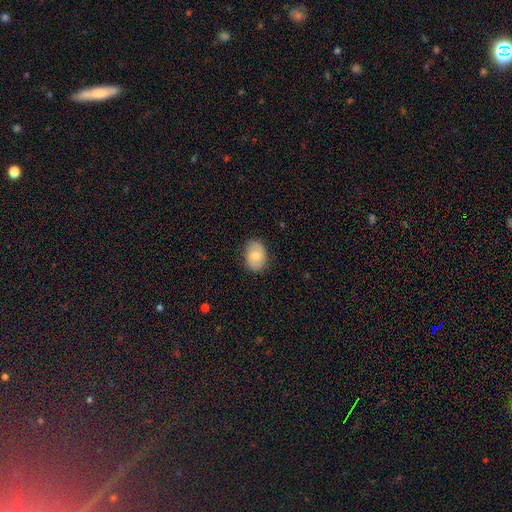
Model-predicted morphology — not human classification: Smooth or featured?
  - smooth: 69% *
  - featured or disk: 24%
  - star or artifact: 7%
How rounded?
  - in between: 71% *
  - round: 28%
  - cigar-shaped: 1%
Merging?
  - none: 82% *
  - minor disturbance: 14%
  - major disturbance: 3%
  - merger: 1%